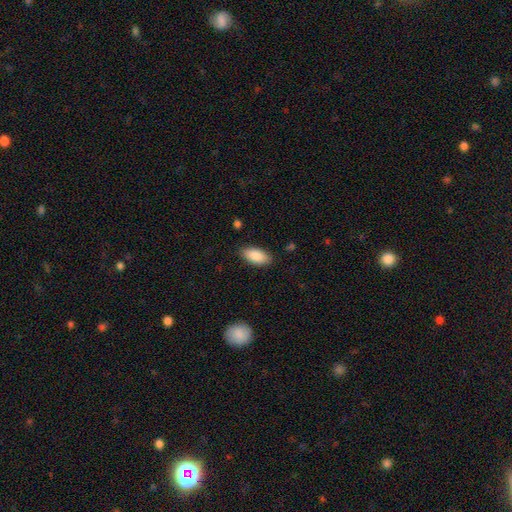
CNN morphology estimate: This is clearly a smooth galaxy (89%). How rounded: clearly in between (92%). Merging: clearly none (86%).